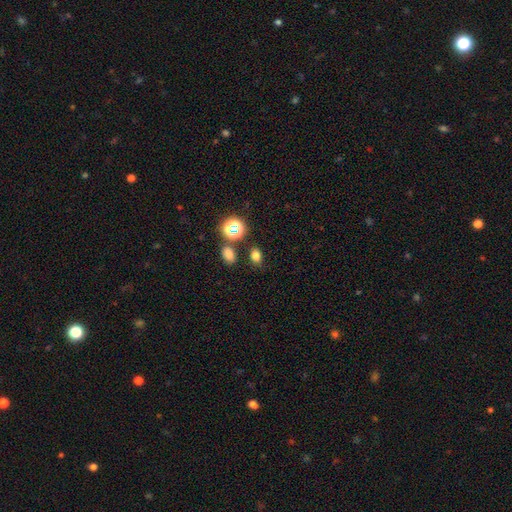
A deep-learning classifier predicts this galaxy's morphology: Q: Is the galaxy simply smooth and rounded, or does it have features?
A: smooth — 75%.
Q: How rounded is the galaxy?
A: in between — 62%.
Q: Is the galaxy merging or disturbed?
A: none — 80%.